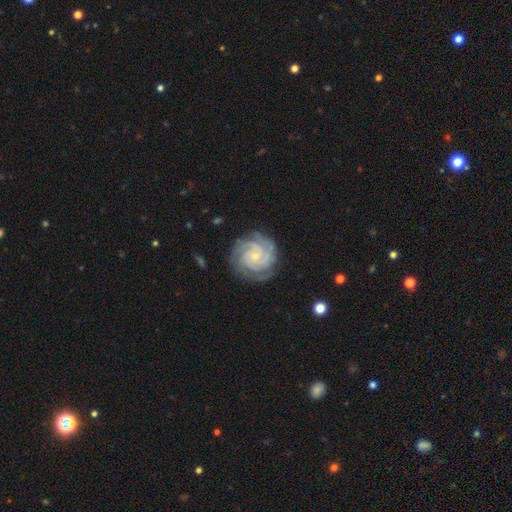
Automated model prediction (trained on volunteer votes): This appears to be a featured or disk galaxy (90%) with no bar (73%), 3 (35%) tight (78%) spiral arms (98%) and a small central bulge (79%). Merging: none (80%).